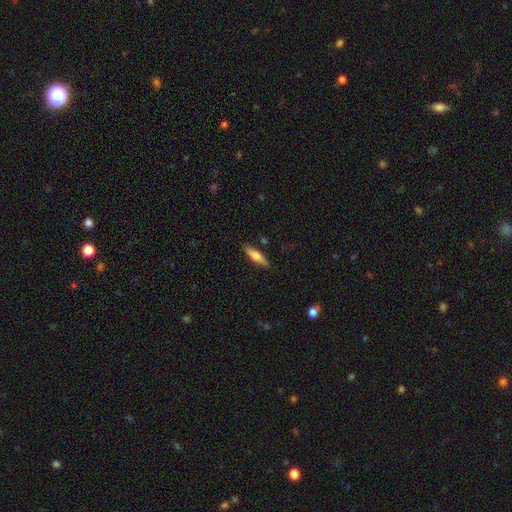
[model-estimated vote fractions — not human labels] Overall: smooth (61%; featured or disk 33%). How rounded: cigar-shaped (77%). Merging: none (87%).